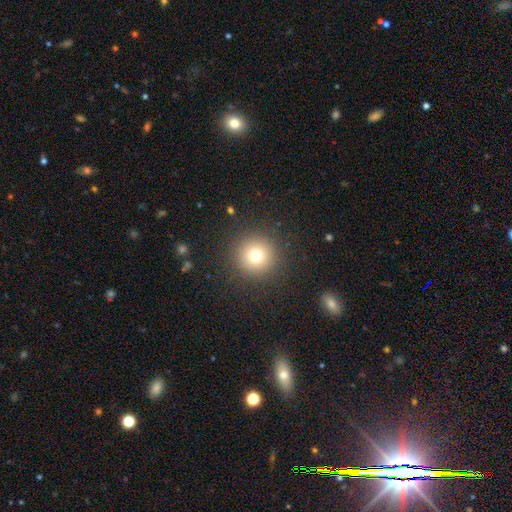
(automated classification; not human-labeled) This appears to be a smooth galaxy with no disk features (75%) that is round (96%). Merging: none (91%).